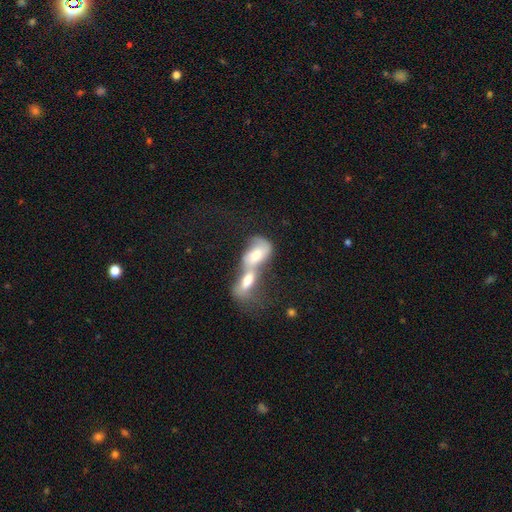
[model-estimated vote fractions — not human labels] smooth 50%, featured or disk 41%, star or artifact 8%. Down the decision tree: how rounded — in between (82%); merging — merger (81%).